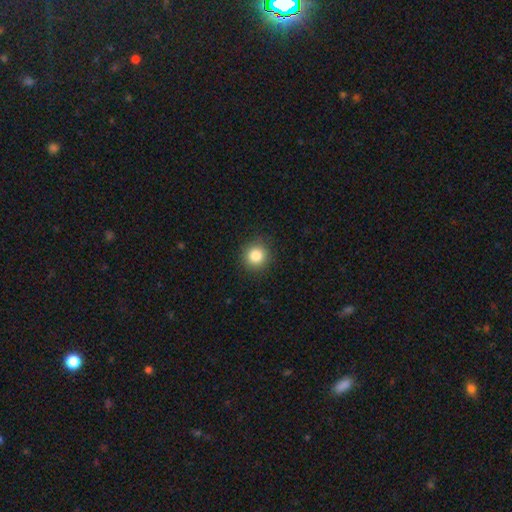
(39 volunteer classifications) Volunteers were most divided on "merging": none: 84%, minor disturbance: 14%, major disturbance: 3%, merger: 0%. More confident: how rounded — round (97%); smooth or featured — smooth (87%).